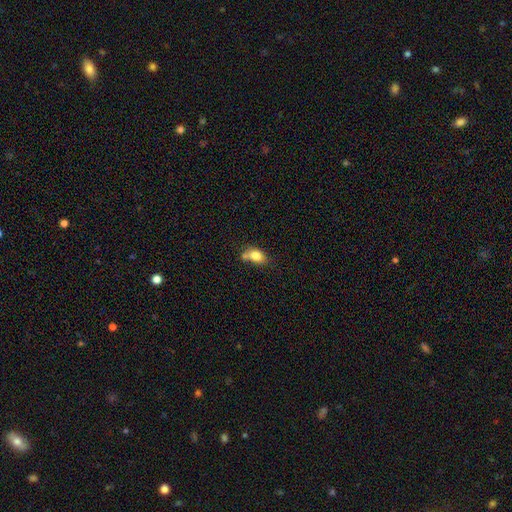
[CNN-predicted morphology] Smooth or featured: smooth — 79% (featured or disk — 12%)
How rounded: in between — 77% (round — 21%)
Merging: none — 41% (merger — 29%)